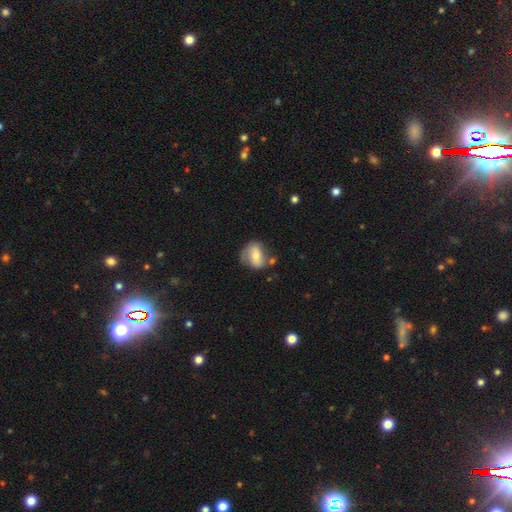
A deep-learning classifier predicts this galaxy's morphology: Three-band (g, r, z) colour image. It shows a smooth galaxy with no disk features (57%) that is in between round and cigar-shaped (67%). Merging: none (50%).